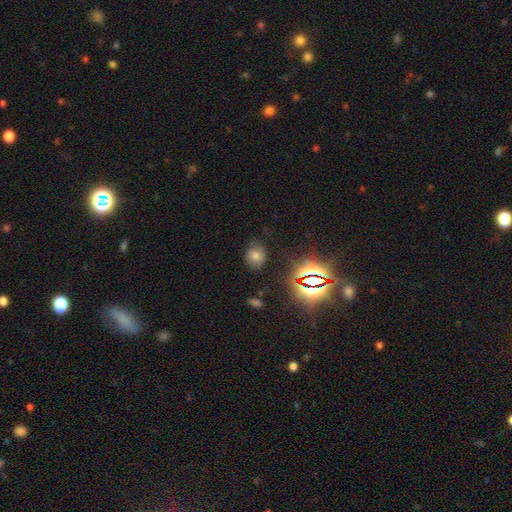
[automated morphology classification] Smooth or featured: smooth — 58% (star or artifact — 28%)
How rounded: round — 62% (in between — 37%)
Merging: none — 76% (minor disturbance — 17%)